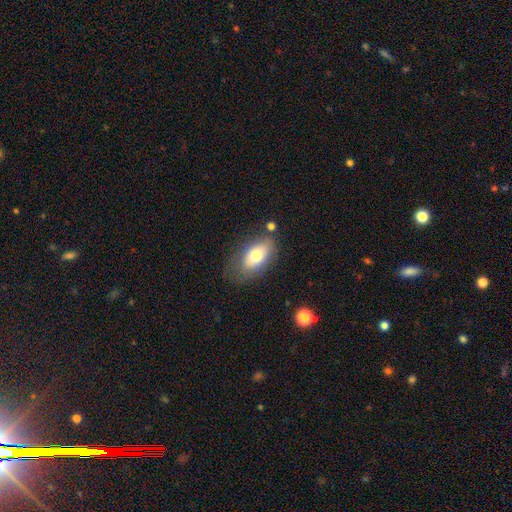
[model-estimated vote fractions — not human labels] smooth-or-featured: smooth: 71% | featured or disk: 22% | star or artifact: 8%
  how-rounded: in between: 90% | round: 5% | cigar-shaped: 5%
  merging: none: 65% | minor disturbance: 21% | major disturbance: 9% | merger: 5%